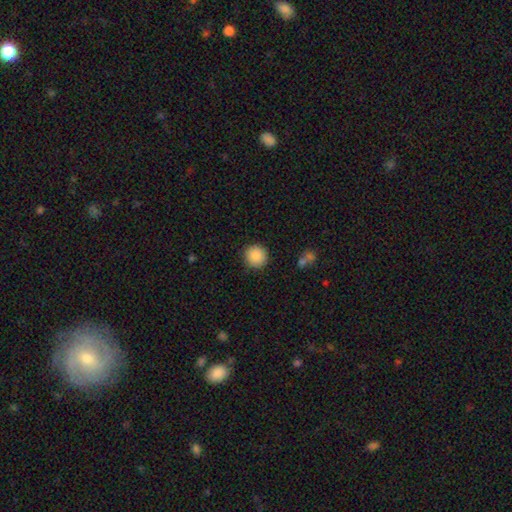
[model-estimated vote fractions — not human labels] Overall: smooth (89%). How rounded: round (94%). Merging: none (90%).